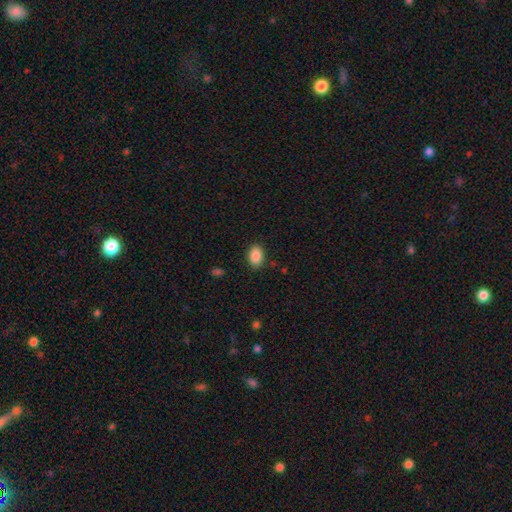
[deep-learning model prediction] Smooth or featured: smooth — 89% (star or artifact — 8%)
How rounded: in between — 85% (round — 14%)
Merging: none — 86% (minor disturbance — 10%)